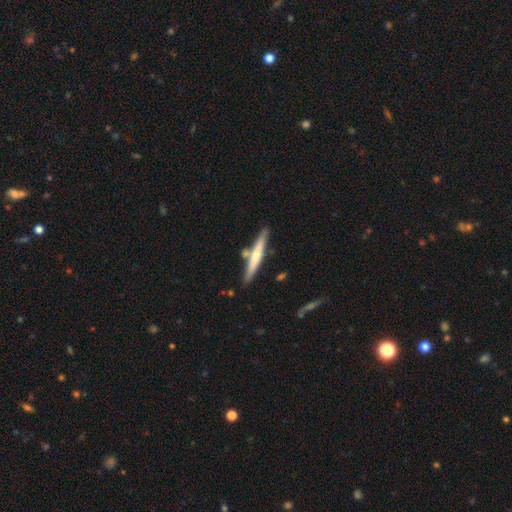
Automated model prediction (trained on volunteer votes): Q: Smooth or featured?
A: featured or disk (51%); runner-up: smooth (44%)
Q: Edge-on disk?
A: yes (96%); runner-up: no (4%)
Q: Merging?
A: none (77%); runner-up: minor disturbance (11%)